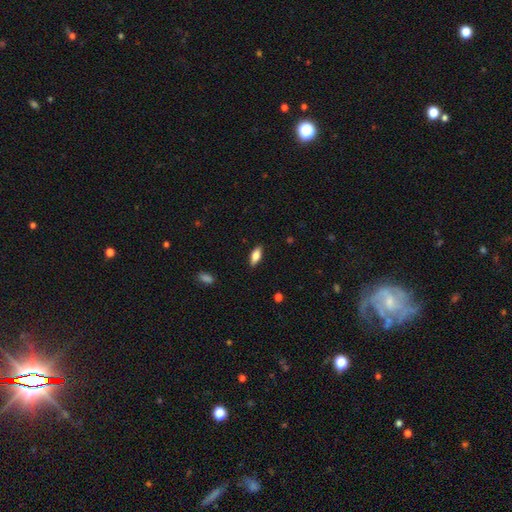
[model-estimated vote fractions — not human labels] A smooth galaxy with no disk features (73%) that is in between round and cigar-shaped (79%). Merging: none (87%).